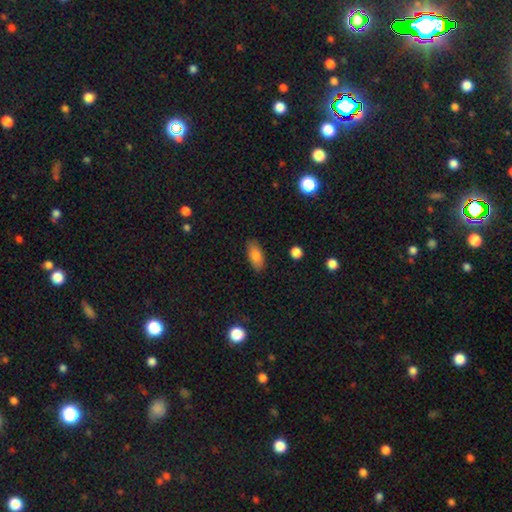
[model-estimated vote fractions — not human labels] smooth_or_featured: smooth (p=0.83) [alt: featured or disk p=0.09]
how_rounded: in between (p=0.88) [alt: cigar-shaped p=0.10]
merging: none (p=0.87) [alt: minor disturbance p=0.10]